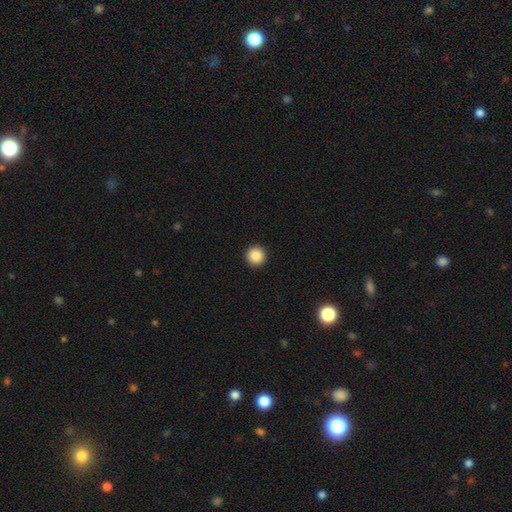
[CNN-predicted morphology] A smooth galaxy with no disk features (88%) that is round (96%). Merging: none (94%).